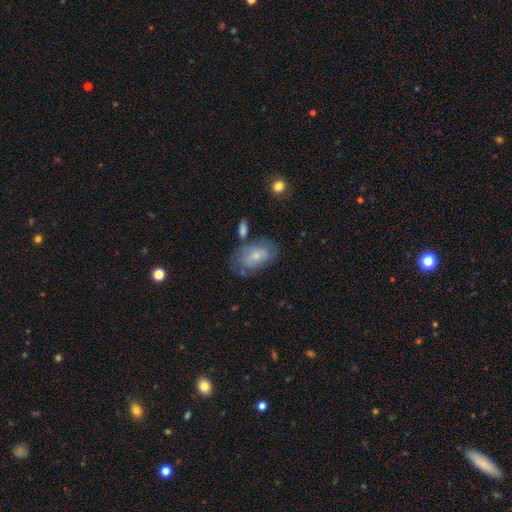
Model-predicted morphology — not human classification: A smooth galaxy with no disk features (62%) that is in between round and cigar-shaped (89%). Merging: none (56%).